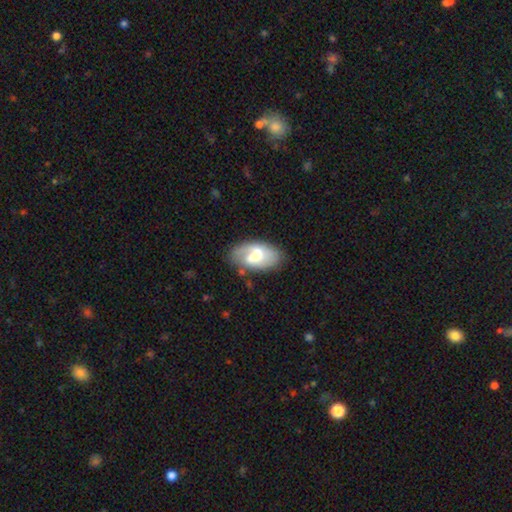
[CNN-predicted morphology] Smooth or featured?
  - featured or disk: 50% *
  - smooth: 43%
  - star or artifact: 7%
Edge-on disk?
  - no: 94% *
  - yes: 6%
Merging?
  - none: 65% *
  - minor disturbance: 22%
  - major disturbance: 9%
  - merger: 4%